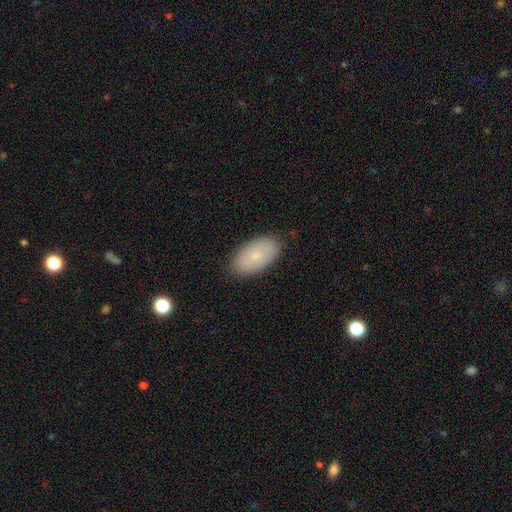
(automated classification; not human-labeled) Overall: smooth (75%). How rounded: in between (95%). Merging: none (85%).